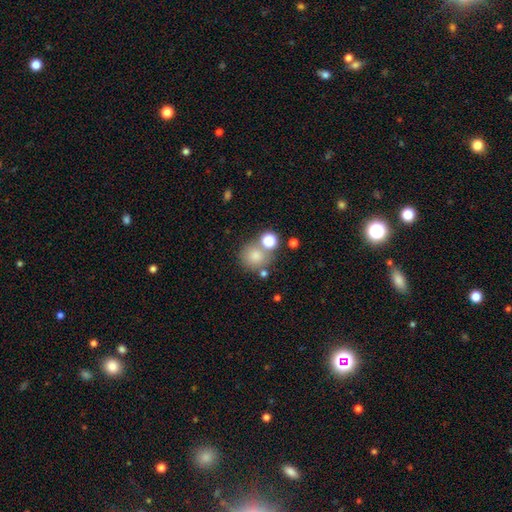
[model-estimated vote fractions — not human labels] smooth_or_featured: smooth (p=0.78) [alt: star or artifact p=0.13]
how_rounded: round (p=0.87) [alt: in between p=0.12]
merging: none (p=0.63) [alt: merger p=0.22]